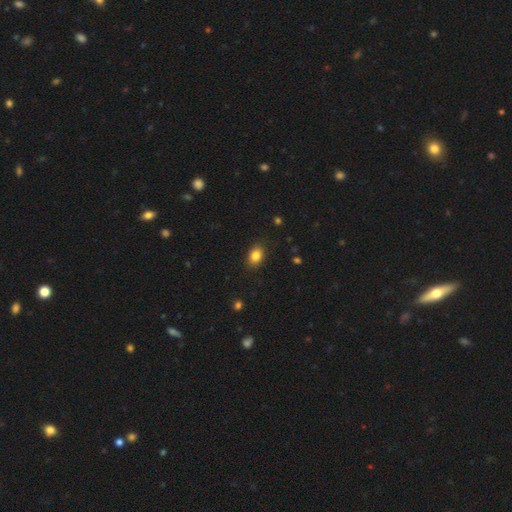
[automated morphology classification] Smooth or featured?
  - smooth: 84% *
  - star or artifact: 10%
  - featured or disk: 6%
How rounded?
  - in between: 73% *
  - round: 26%
  - cigar-shaped: 1%
Merging?
  - none: 87% *
  - minor disturbance: 10%
  - major disturbance: 2%
  - merger: 1%